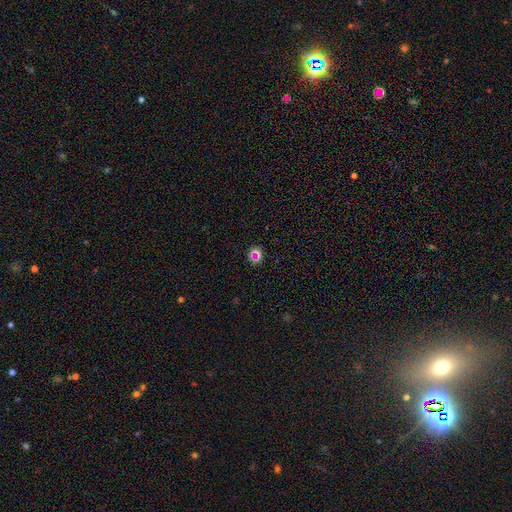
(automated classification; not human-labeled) Smooth or featured? smooth (52%)
How rounded? round (79%)
Merging? none (78%)